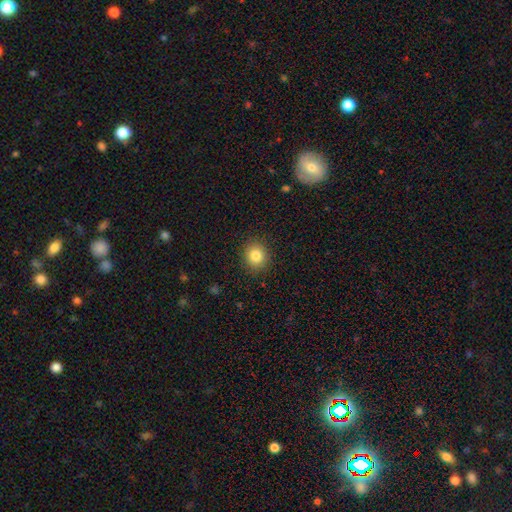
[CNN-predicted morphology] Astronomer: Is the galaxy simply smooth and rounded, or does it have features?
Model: smooth — 83%.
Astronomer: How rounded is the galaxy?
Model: round — 82%.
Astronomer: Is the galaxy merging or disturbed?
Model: none — 90%.